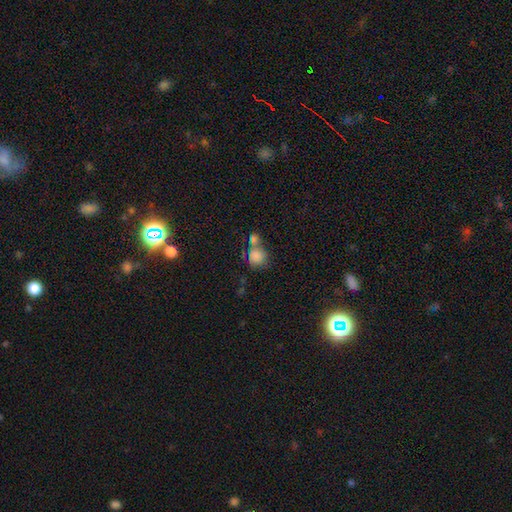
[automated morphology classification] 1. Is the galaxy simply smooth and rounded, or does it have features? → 81% smooth, 10% star or artifact, 8% featured or disk.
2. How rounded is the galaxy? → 80% round, 19% in between, 1% cigar-shaped.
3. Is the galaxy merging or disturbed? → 44% merger, 38% none, 12% minor disturbance, 7% major disturbance.